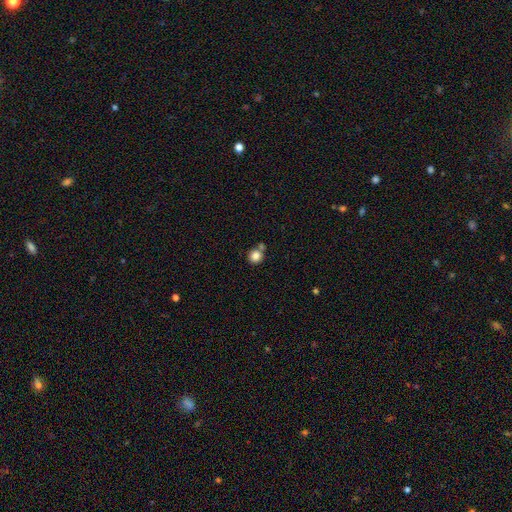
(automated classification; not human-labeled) Smooth or featured: smooth — 83% (star or artifact — 10%)
How rounded: round — 90% (in between — 9%)
Merging: none — 63% (merger — 23%)